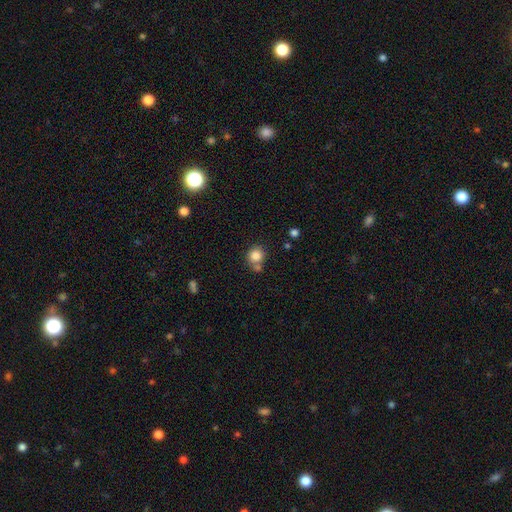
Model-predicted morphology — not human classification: Smooth or featured? Predicted: smooth (p=0.83). How rounded? Predicted: round (p=0.87). Merging? Predicted: none (p=0.59).